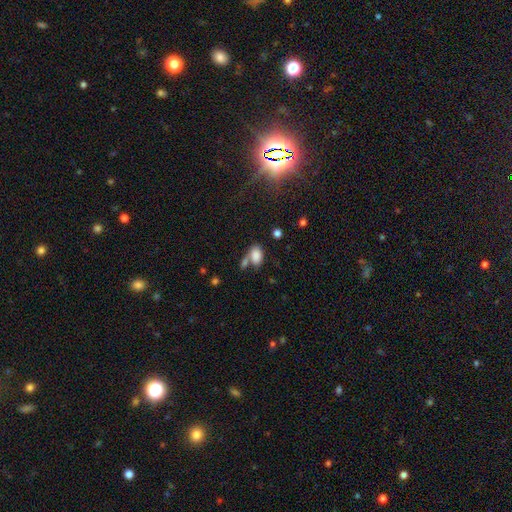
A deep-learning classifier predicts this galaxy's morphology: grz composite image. It shows a smooth galaxy with no disk features (83%) that is in between round and cigar-shaped (89%). Merging: none (43%).